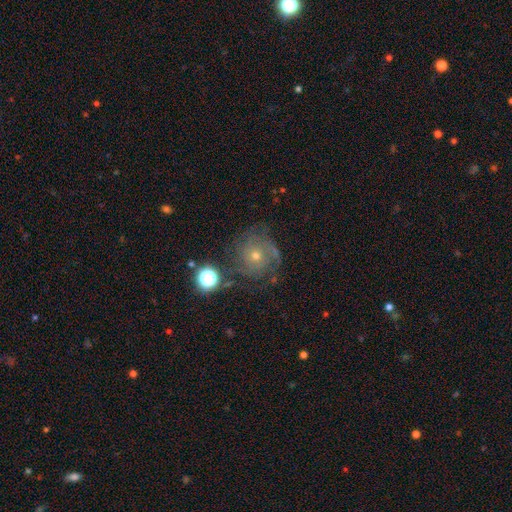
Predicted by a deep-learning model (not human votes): A featured or disk galaxy (69%) with no bar (82%), tight (60%) spiral arms (91%) and a small central bulge (56%).

Vote fractions:
- Smooth or featured? featured or disk: 69% / smooth: 16% / star or artifact: 15%
- Edge-on disk? no: 97% / yes: 3%
- Bar? no: 82% / weak: 15% / strong: 3%
- Spiral arms? yes: 91% / no: 9%
- Spiral winding? tight: 60% / medium: 31% / loose: 9%
- Spiral arm count? can't tell: 34% / 3: 24% / 2: 21% / 4: 8% / 1: 7% / more than 4: 6%
- Bulge size? small: 56% / moderate: 40% / large: 2% / none: 1% / dominant: 1%
- Merging? none: 72% / minor disturbance: 16% / major disturbance: 10% / merger: 3%